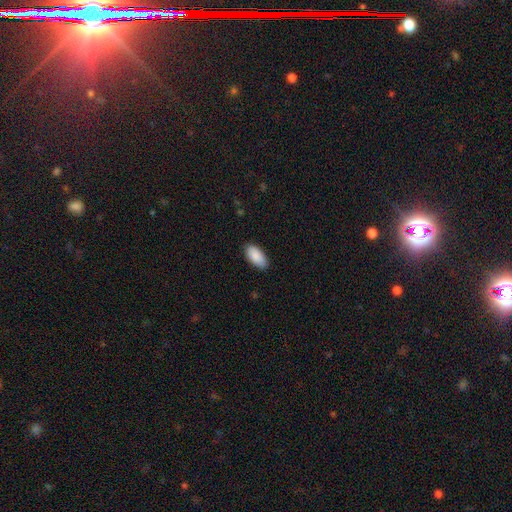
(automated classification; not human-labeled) Smooth or featured: smooth — 90% (star or artifact — 6%)
How rounded: in between — 93% (cigar-shaped — 6%)
Merging: none — 87% (minor disturbance — 10%)